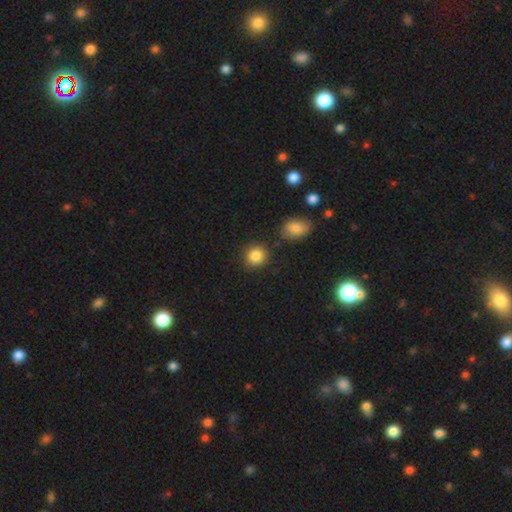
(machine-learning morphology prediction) The model was most divided on "how rounded": round: 83%, in between: 16%, cigar-shaped: 1%. More confident: smooth or featured — smooth (86%); merging — none (82%).